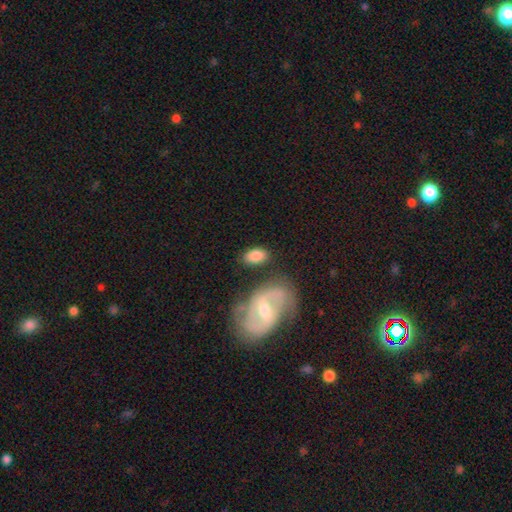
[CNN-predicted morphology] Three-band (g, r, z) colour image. It shows a smooth galaxy with no disk features (78%) that is in between round and cigar-shaped (92%). Merging: none (67%).